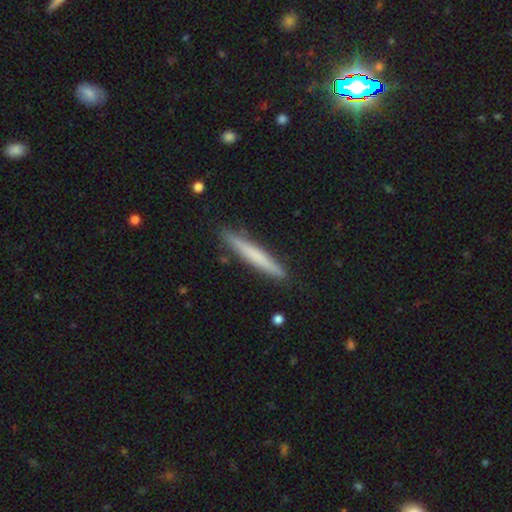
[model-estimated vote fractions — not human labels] Q: Smooth or featured?
A: smooth (62%); runner-up: featured or disk (33%)
Q: How rounded?
A: cigar-shaped (96%); runner-up: in between (3%)
Q: Merging?
A: none (89%); runner-up: minor disturbance (8%)